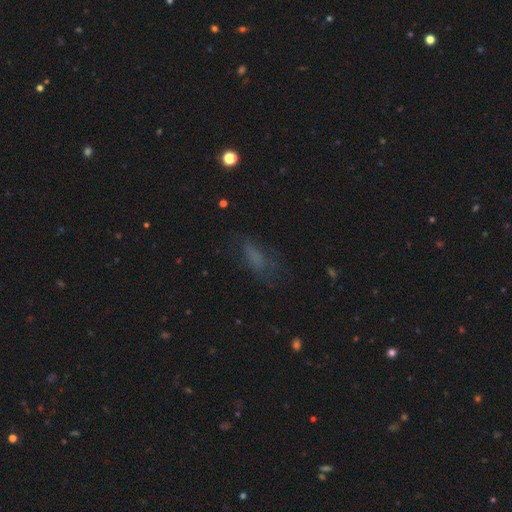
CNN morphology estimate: type=smooth (53%); roundness=in between (67%); merging=none (59%).